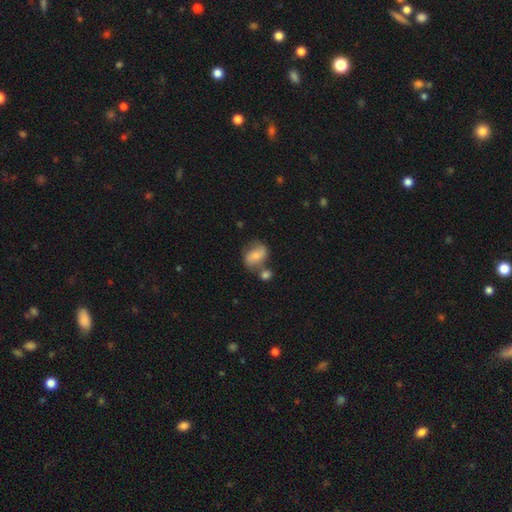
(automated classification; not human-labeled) Smooth or featured? smooth (58%)
How rounded? in between (68%)
Merging? none (49%)